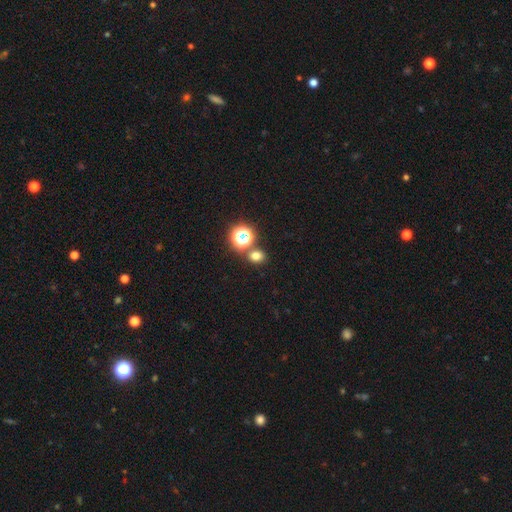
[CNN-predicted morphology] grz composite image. It shows a smooth galaxy with no disk features (70%) that is round (63%). Merging: none (75%).